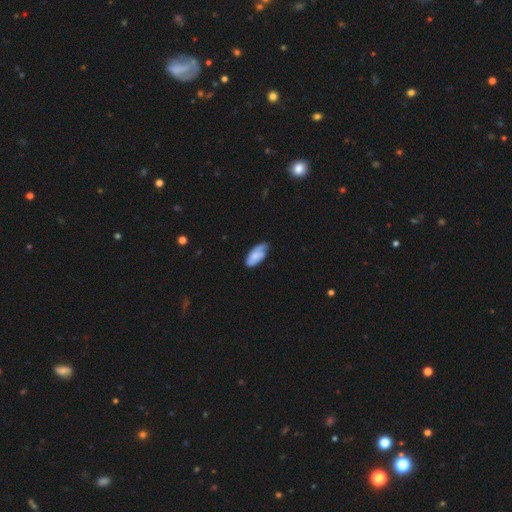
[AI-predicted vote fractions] Smooth or featured? smooth (59%)
How rounded? in between (88%)
Merging? none (56%)